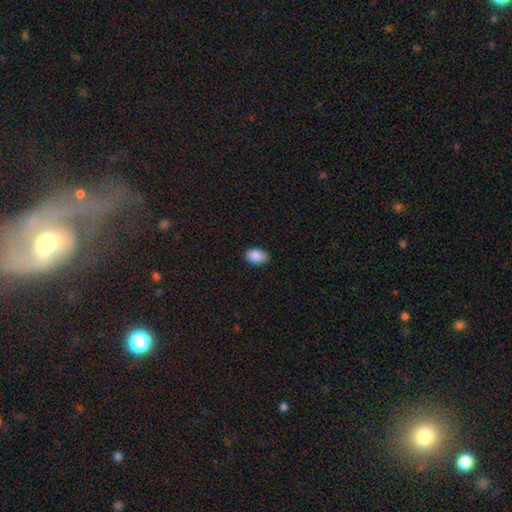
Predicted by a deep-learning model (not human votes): Smooth or featured? smooth (88%)
How rounded? in between (86%)
Merging? none (81%)